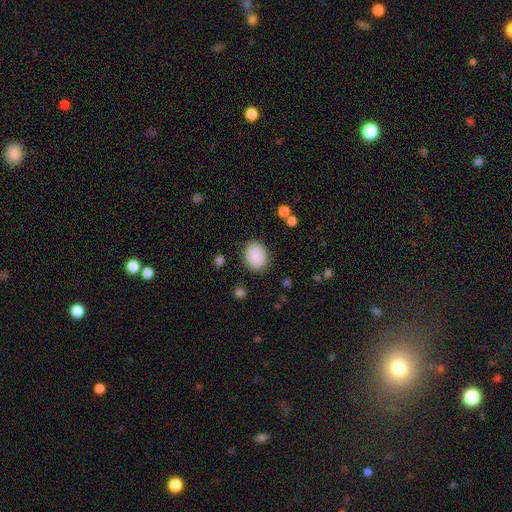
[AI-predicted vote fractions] Smooth or featured? Predicted: smooth (p=0.89). How rounded? Predicted: in between (p=0.53). Merging? Predicted: none (p=0.85).